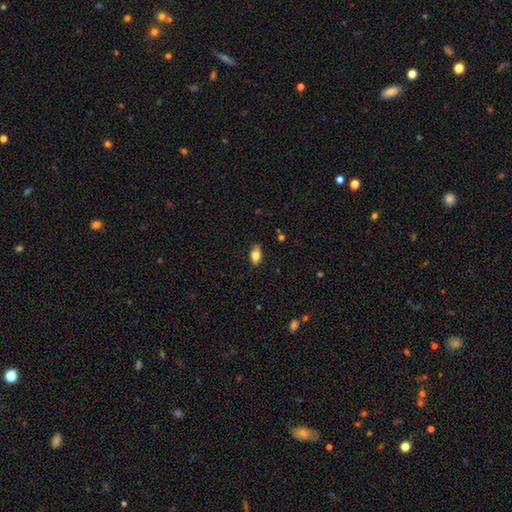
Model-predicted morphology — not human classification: type=smooth (77%); roundness=in between (87%); merging=none (79%).